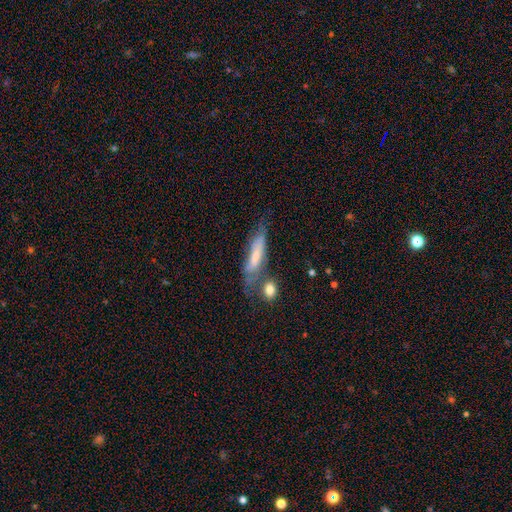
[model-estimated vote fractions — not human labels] The model was most divided on "merging": none: 42%, minor disturbance: 25%, merger: 18%, major disturbance: 15%. More confident: how rounded — cigar-shaped (69%); smooth or featured — smooth (56%).